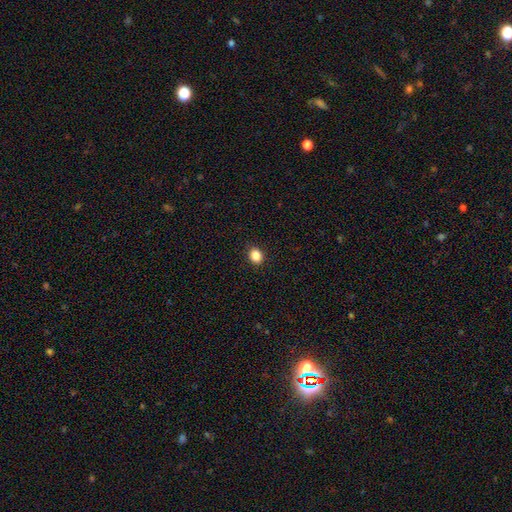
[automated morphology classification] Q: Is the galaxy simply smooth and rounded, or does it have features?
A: smooth — 86%.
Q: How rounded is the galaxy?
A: round — 60%.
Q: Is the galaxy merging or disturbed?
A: none — 91%.